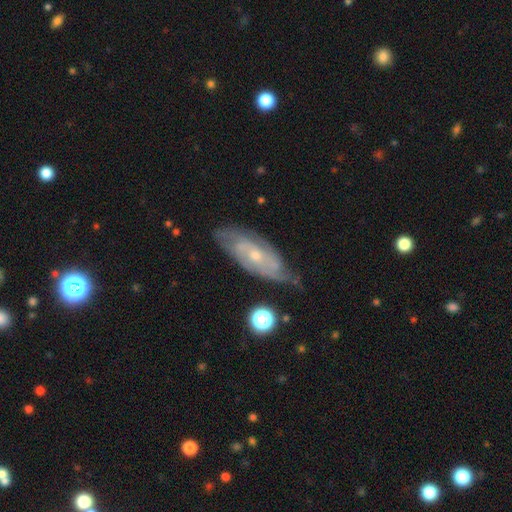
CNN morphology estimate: Smooth or featured? Predicted: featured or disk (p=0.79). Edge-on disk? Predicted: no (p=0.88). Bar? Predicted: no (p=0.66). Spiral arms? Predicted: yes (p=0.92). Spiral winding? Predicted: tight (p=0.55). Spiral arm count? Predicted: can't tell (p=0.39). Bulge size? Predicted: small (p=0.61). Merging? Predicted: none (p=0.69).